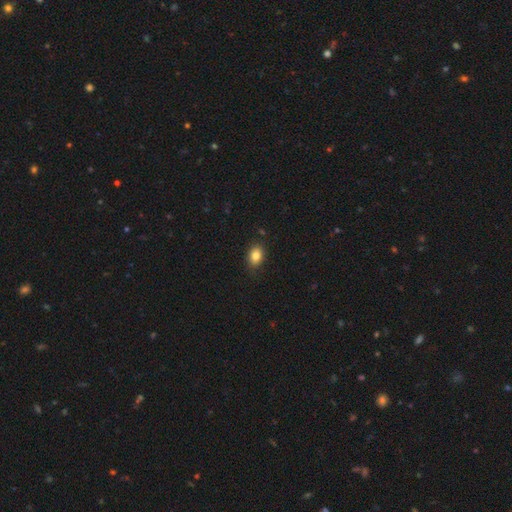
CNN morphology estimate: This appears to be a smooth galaxy with no disk features (85%) that is in between round and cigar-shaped (78%). Merging: none (85%).